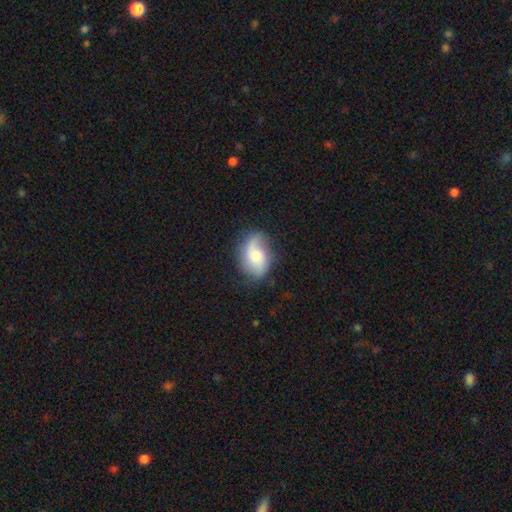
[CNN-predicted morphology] type=featured or disk (57%); edge-on=no (96%); bar=no (60%); spiral arms=yes (87%); bulge=moderate (53%); merging=none (62%).